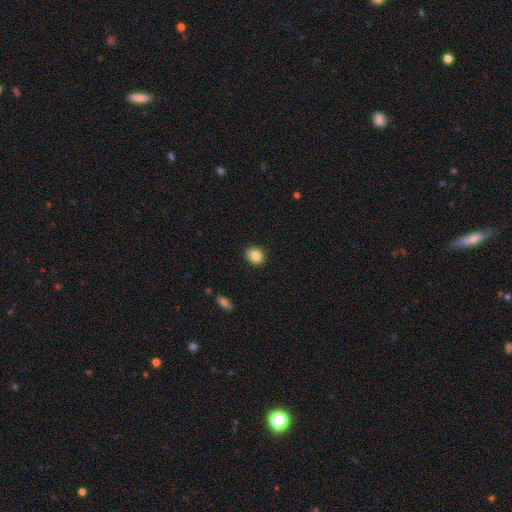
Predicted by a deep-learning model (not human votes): smooth-or-featured: smooth: 84% | star or artifact: 9% | featured or disk: 7%
  how-rounded: round: 63% | in between: 36% | cigar-shaped: 1%
  merging: none: 88% | minor disturbance: 9% | major disturbance: 2% | merger: 1%